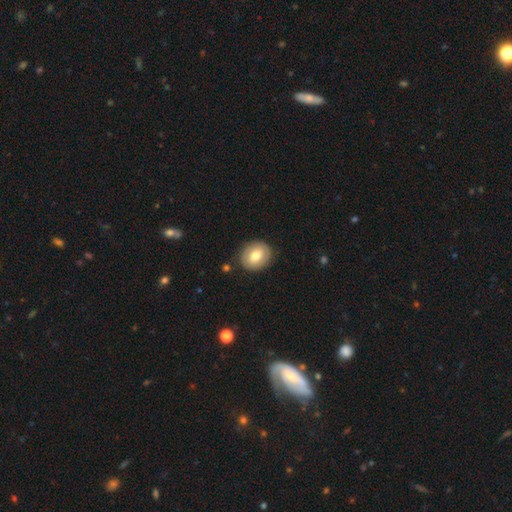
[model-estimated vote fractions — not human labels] Morphology: type=smooth (68%); roundness=round (64%); merging=none (85%).